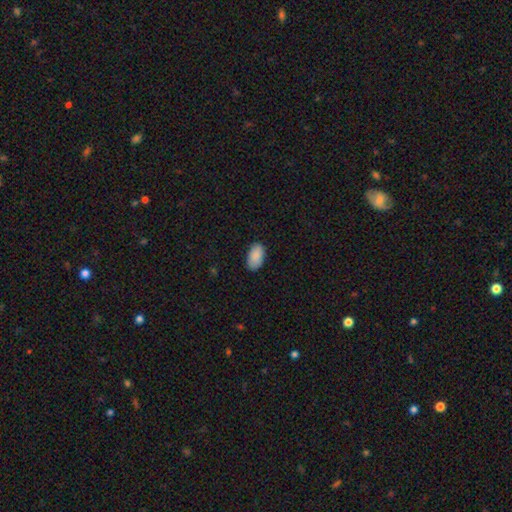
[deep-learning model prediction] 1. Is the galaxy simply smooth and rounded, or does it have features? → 90% smooth, 6% star or artifact, 4% featured or disk.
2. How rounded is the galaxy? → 95% in between, 4% round, 2% cigar-shaped.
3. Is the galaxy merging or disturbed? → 85% none, 12% minor disturbance, 2% major disturbance, 1% merger.